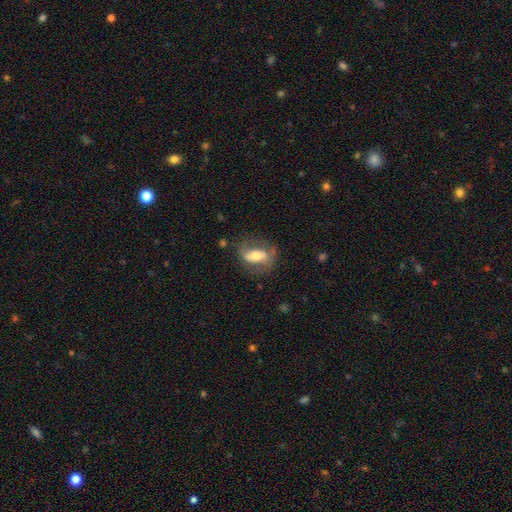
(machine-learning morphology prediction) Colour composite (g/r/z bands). It shows a featured or disk galaxy (59%) with a strong bar (43%), spiral arms (72%) and a moderate central bulge (63%). Merging: none (68%).